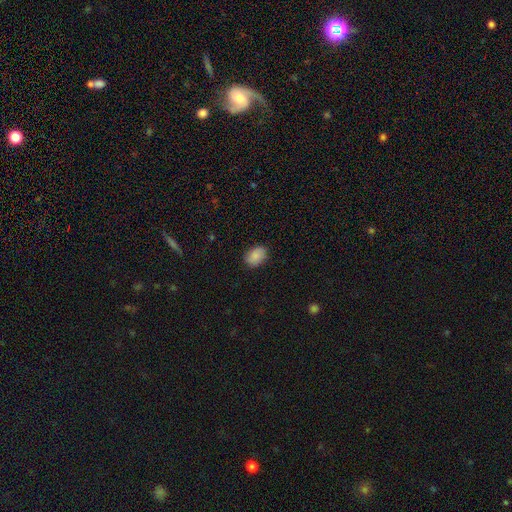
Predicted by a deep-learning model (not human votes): Q: Smooth or featured?
A: smooth (88%); runner-up: star or artifact (7%)
Q: How rounded?
A: in between (78%); runner-up: round (21%)
Q: Merging?
A: none (84%); runner-up: minor disturbance (12%)